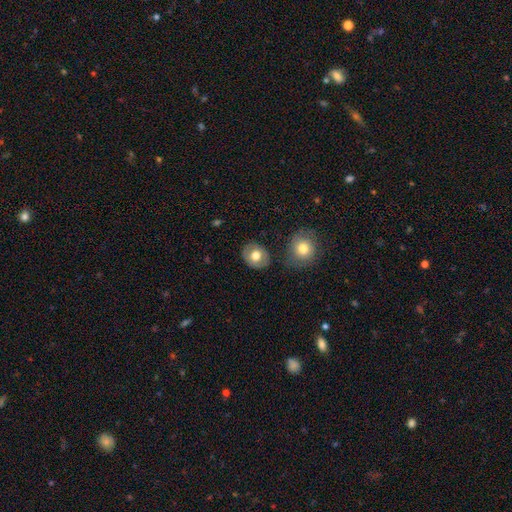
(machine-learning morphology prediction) type=smooth (70%); roundness=round (64%); merging=none (80%).